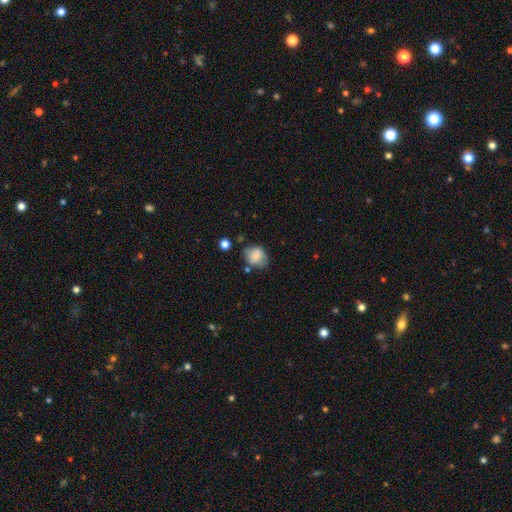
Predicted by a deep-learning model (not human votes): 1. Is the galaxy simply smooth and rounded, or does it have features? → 75% smooth, 15% featured or disk, 9% star or artifact.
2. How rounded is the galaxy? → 56% round, 43% in between, 1% cigar-shaped.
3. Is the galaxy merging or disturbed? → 58% none, 27% minor disturbance, 8% major disturbance, 7% merger.